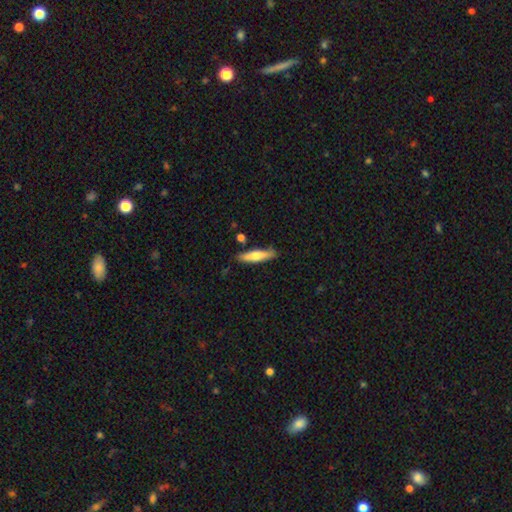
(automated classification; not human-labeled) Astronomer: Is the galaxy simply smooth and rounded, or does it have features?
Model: smooth — 58% (runner-up: featured or disk, 36%).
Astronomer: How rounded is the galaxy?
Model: cigar-shaped — 79%.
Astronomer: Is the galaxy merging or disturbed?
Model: none — 81%.